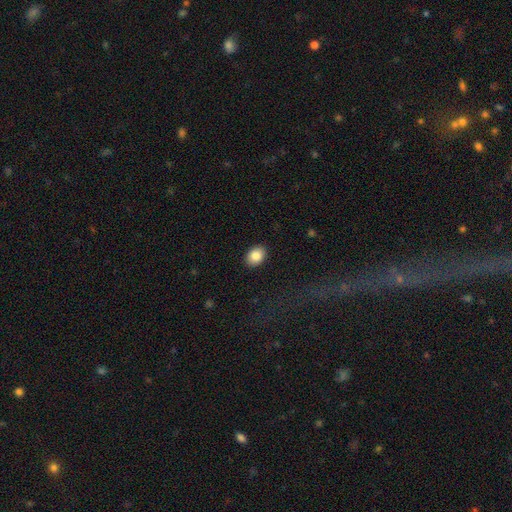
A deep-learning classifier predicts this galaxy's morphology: smooth-or-featured: smooth: 85% | star or artifact: 8% | featured or disk: 7%
  how-rounded: in between: 72% | round: 27% | cigar-shaped: 1%
  merging: none: 90% | minor disturbance: 7% | major disturbance: 2% | merger: 1%